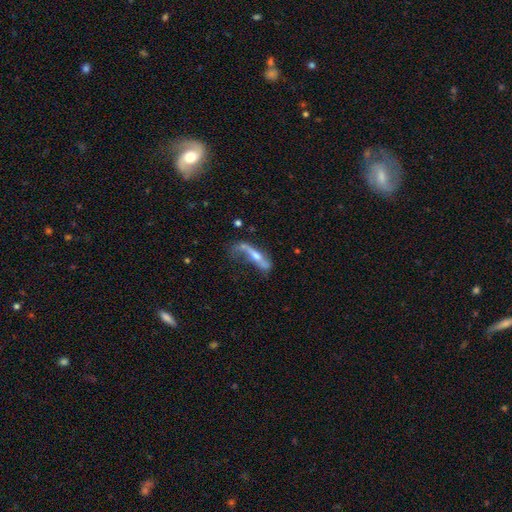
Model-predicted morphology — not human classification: Overall: featured or disk (66%; smooth 27%). Edge-on disk: no (51%; yes 49%). Merging: major disturbance (38%; none 31%).